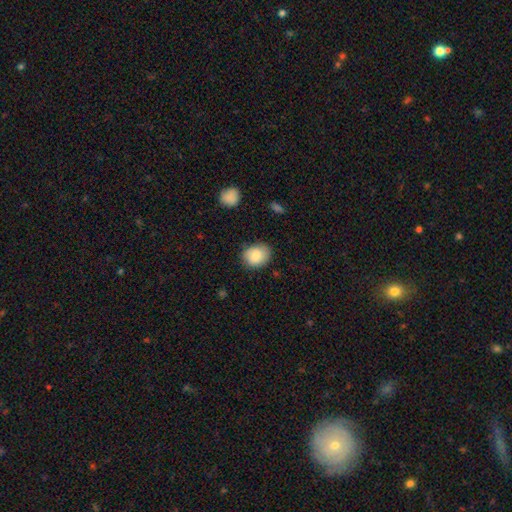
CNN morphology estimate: The model was most divided on "how rounded": in between: 50%, round: 49%, cigar-shaped: 1%. More confident: smooth or featured — smooth (85%); merging — none (78%).